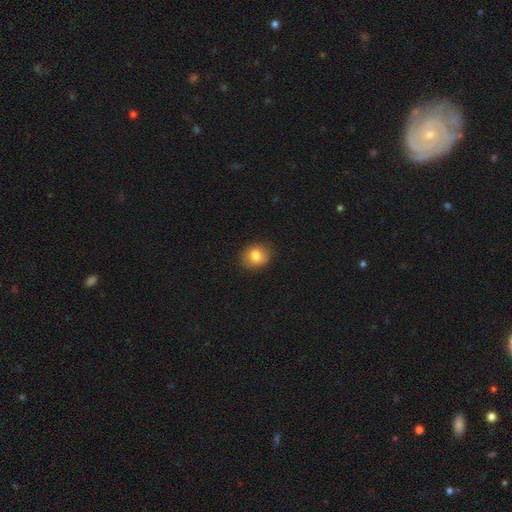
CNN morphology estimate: Smooth or featured?
  - smooth: 82% *
  - star or artifact: 9%
  - featured or disk: 9%
How rounded?
  - round: 58% *
  - in between: 41%
  - cigar-shaped: 1%
Merging?
  - none: 83% *
  - minor disturbance: 13%
  - major disturbance: 3%
  - merger: 1%